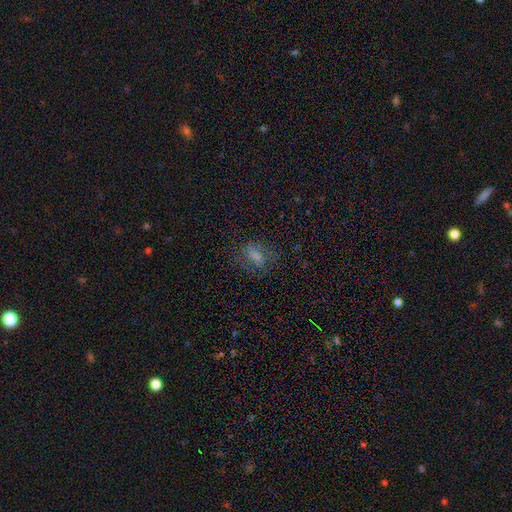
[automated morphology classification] This appears to be a smooth galaxy with no disk features (53%) that is in between round and cigar-shaped (75%). Merging: none (64%).